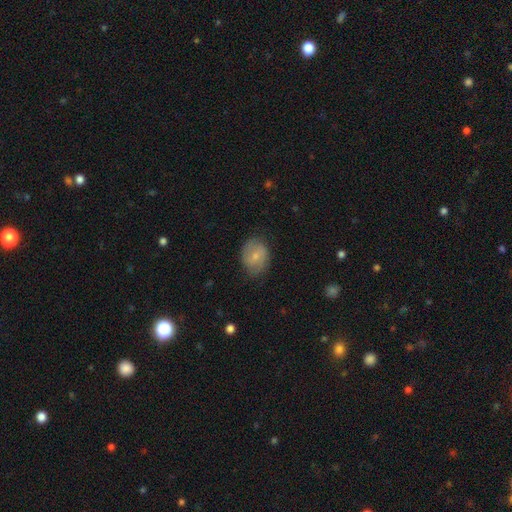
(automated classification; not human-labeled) smooth 55%, featured or disk 37%, star or artifact 7%. Down the decision tree: how rounded — in between (52%); merging — none (73%).